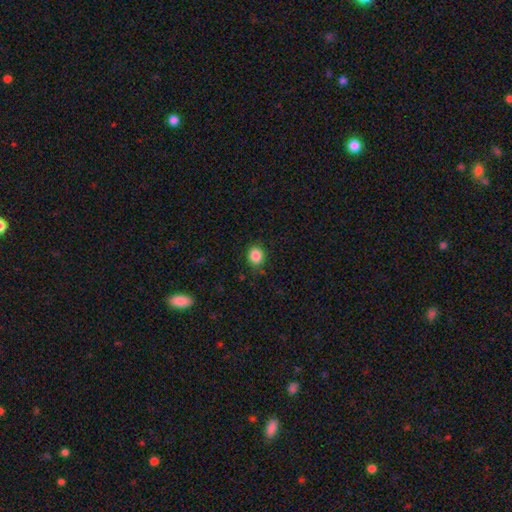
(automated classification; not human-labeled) Smooth or featured? smooth (86%)
How rounded? round (70%)
Merging? none (85%)